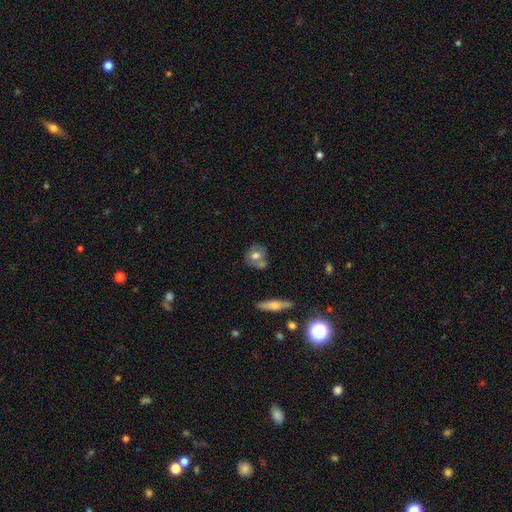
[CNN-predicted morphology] Smooth or featured?
  - smooth: 61% *
  - featured or disk: 31%
  - star or artifact: 8%
How rounded?
  - round: 70% *
  - in between: 27%
  - cigar-shaped: 2%
Merging?
  - none: 54% *
  - merger: 26%
  - minor disturbance: 15%
  - major disturbance: 5%